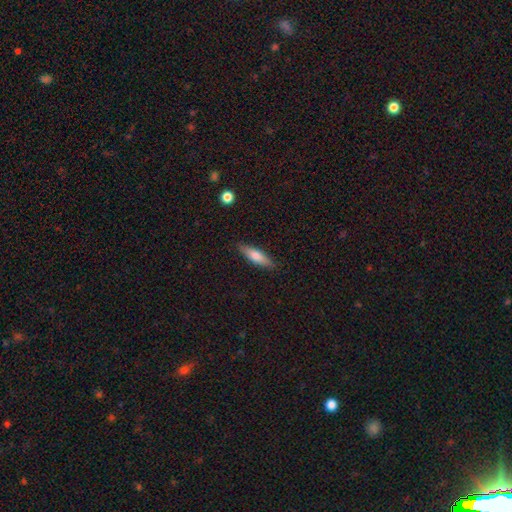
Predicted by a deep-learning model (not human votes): A smooth galaxy with no disk features (70%) that is cigar-shaped (62%).

Vote fractions:
- Smooth or featured? smooth: 70% / featured or disk: 24% / star or artifact: 6%
- How rounded? cigar-shaped: 62% / in between: 37% / round: 2%
- Merging? none: 86% / minor disturbance: 10% / major disturbance: 2% / merger: 1%